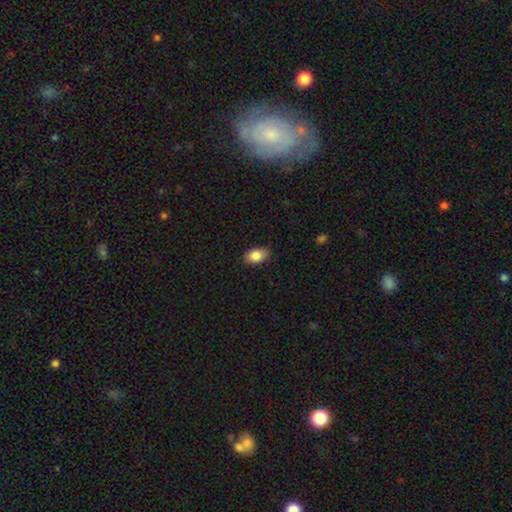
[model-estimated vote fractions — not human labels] smooth 85%, featured or disk 8%, star or artifact 8%. Down the decision tree: how rounded — in between (88%); merging — none (82%).